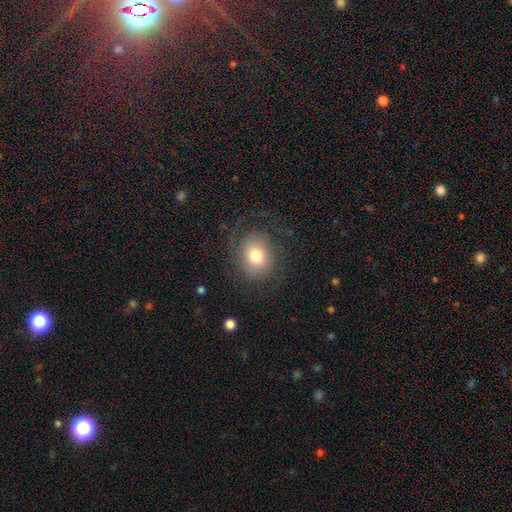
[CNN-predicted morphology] This appears to be a smooth galaxy with no disk features (58%) that is round (57%). Merging: none (69%).